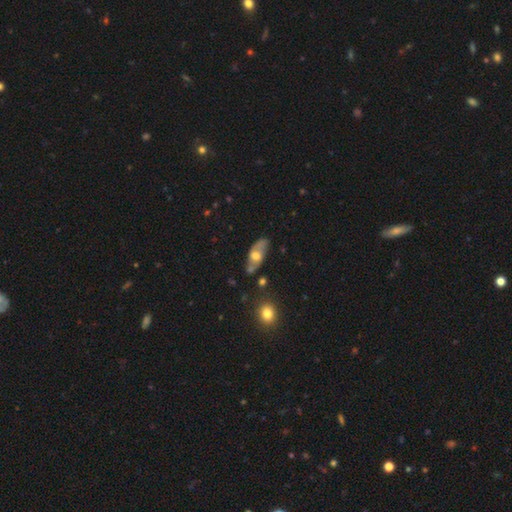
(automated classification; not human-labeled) Q: Smooth or featured?
A: smooth (48%); runner-up: featured or disk (45%)
Q: Merging?
A: none (60%); runner-up: minor disturbance (24%)